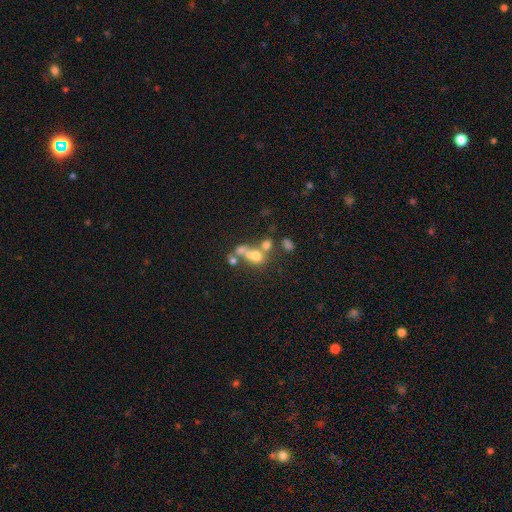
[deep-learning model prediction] This is possibly a smooth galaxy (49%). Merging: possibly merger (51%).